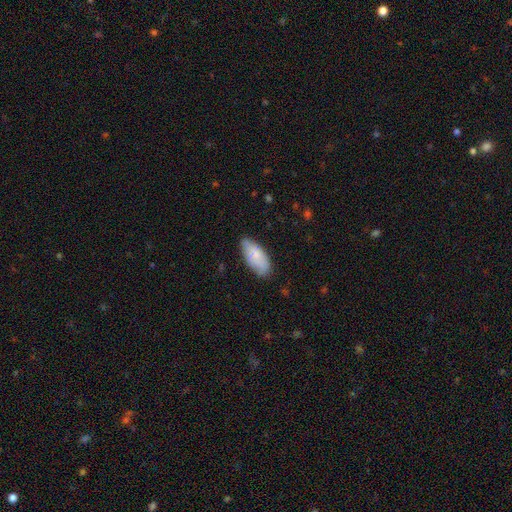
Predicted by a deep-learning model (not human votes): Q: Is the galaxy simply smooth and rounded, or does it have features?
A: smooth — 78%.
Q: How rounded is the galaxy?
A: in between — 88%.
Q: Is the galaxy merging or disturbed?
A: none — 71%.